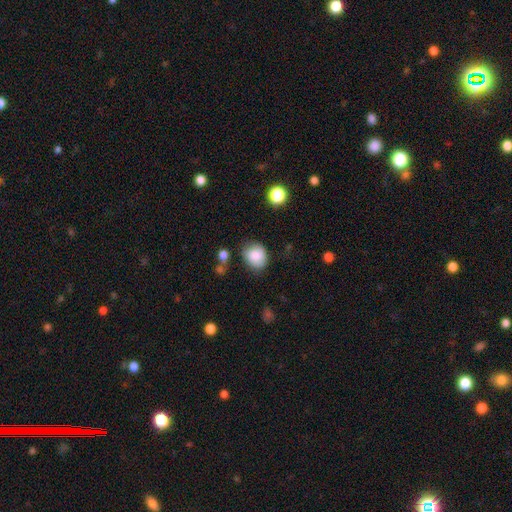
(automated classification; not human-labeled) Smooth or featured?
  - smooth: 84% *
  - star or artifact: 8%
  - featured or disk: 8%
How rounded?
  - round: 59% *
  - in between: 40%
  - cigar-shaped: 1%
Merging?
  - none: 70% *
  - minor disturbance: 21%
  - major disturbance: 6%
  - merger: 4%